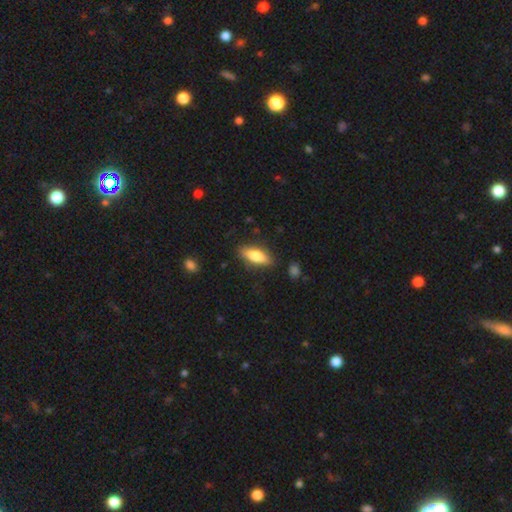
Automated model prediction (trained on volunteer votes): Smooth or featured? smooth (74%)
How rounded? in between (64%)
Merging? none (84%)